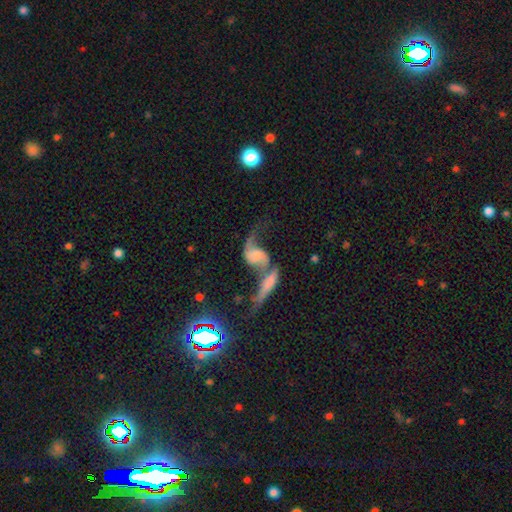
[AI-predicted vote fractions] Smooth or featured? Predicted: featured or disk (p=0.73). Edge-on disk? Predicted: no (p=0.93). Bar? Predicted: no (p=0.64). Spiral arms? Predicted: yes (p=0.89). Spiral winding? Predicted: loose (p=0.86). Spiral arm count? Predicted: 2 (p=0.87). Bulge size? Predicted: none (p=0.46). Merging? Predicted: merger (p=0.48).